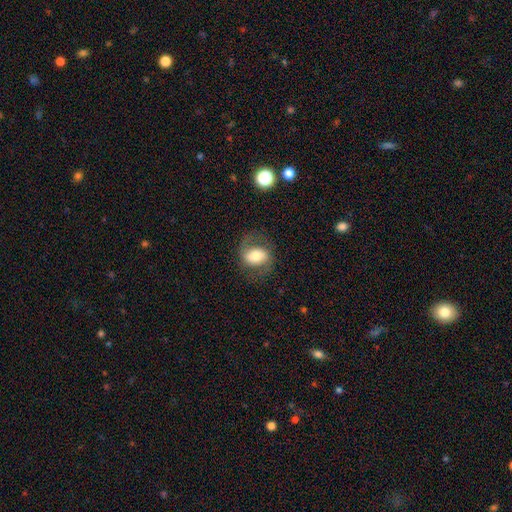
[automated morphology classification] smooth-or-featured: featured or disk: 47% | smooth: 45% | star or artifact: 8%
  merging: none: 69% | minor disturbance: 17% | major disturbance: 12% | merger: 1%